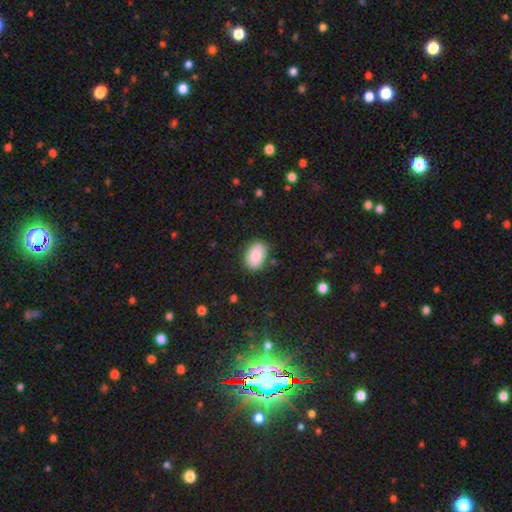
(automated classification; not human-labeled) smooth-or-featured: smooth: 83% | featured or disk: 9% | star or artifact: 7%
  how-rounded: in between: 87% | round: 12% | cigar-shaped: 1%
  merging: none: 84% | minor disturbance: 12% | major disturbance: 3% | merger: 2%